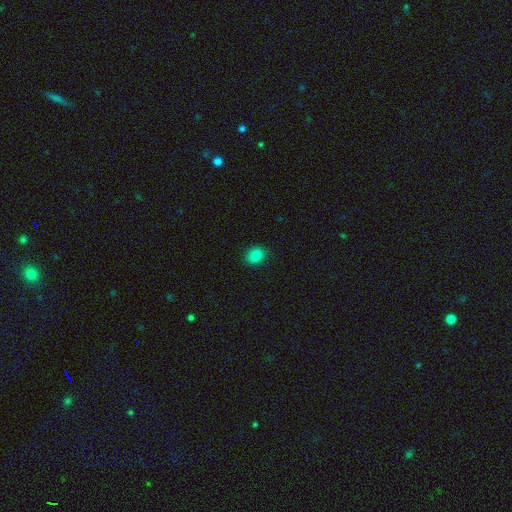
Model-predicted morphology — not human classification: Smooth or featured? smooth (84%)
How rounded? in between (51%)
Merging? none (88%)